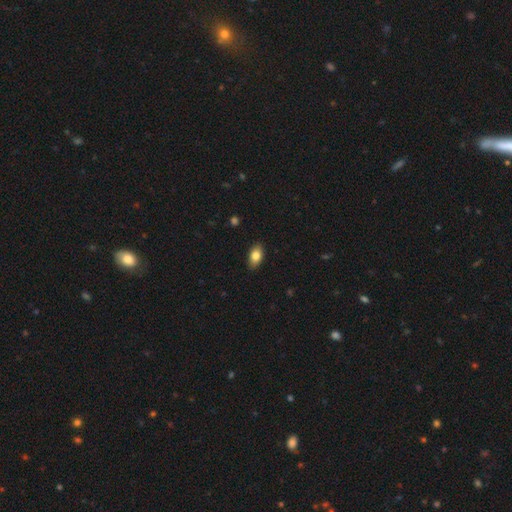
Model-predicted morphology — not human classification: Overall: smooth (83%). How rounded: in between (91%). Merging: none (88%).